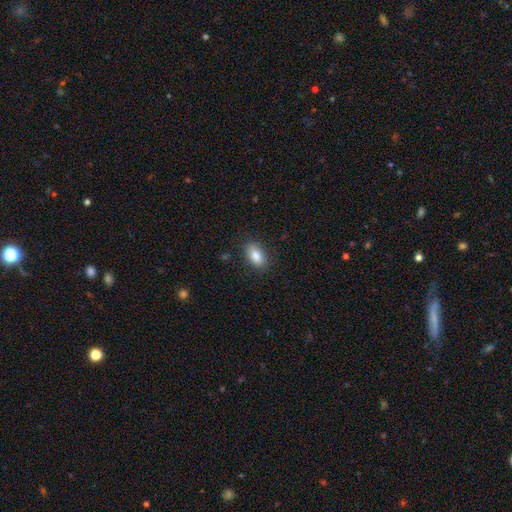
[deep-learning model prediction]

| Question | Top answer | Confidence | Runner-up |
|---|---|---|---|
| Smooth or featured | smooth | 86% | star or artifact (7%) |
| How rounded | in between | 91% | round (6%) |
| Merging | none | 85% | minor disturbance (11%) |